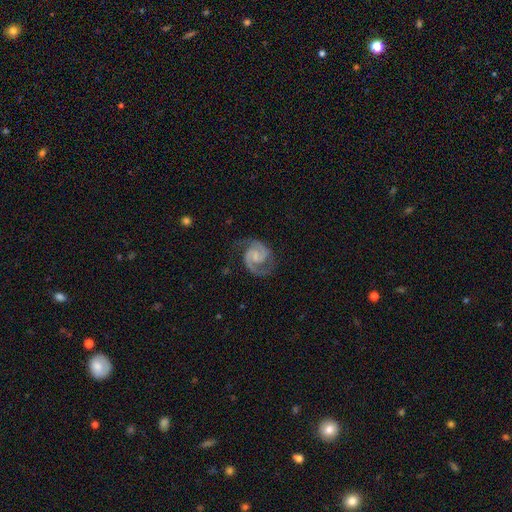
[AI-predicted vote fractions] Overall: featured or disk (92%). Edge-on disk: no (98%). Bar: weak (46%; no 43%). Spiral arms: yes (98%). Spiral arm count: 2 (94%). Spiral winding: medium (57%; tight 32%). Bulge size: none (42%; small 36%). Merging: none (77%).